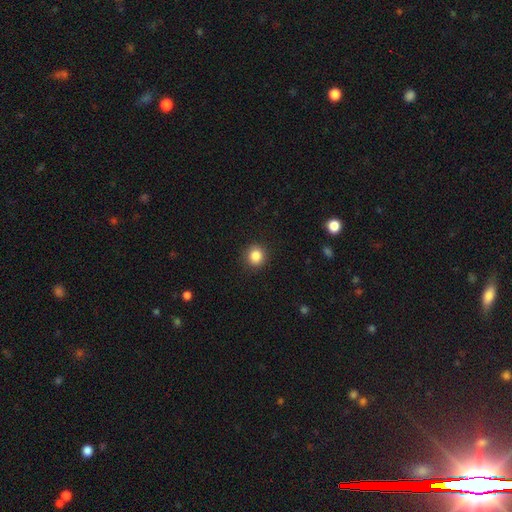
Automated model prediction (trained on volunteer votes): Morphology: type=smooth (85%); roundness=round (90%); merging=none (90%).